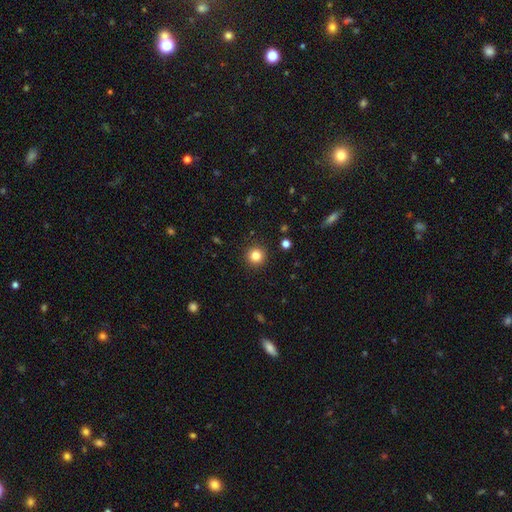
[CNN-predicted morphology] type=smooth (82%); roundness=round (95%); merging=none (92%).